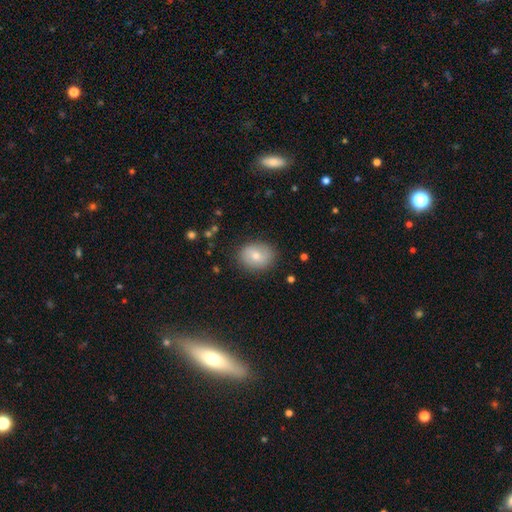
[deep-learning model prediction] smooth-or-featured: smooth: 68% | featured or disk: 24% | star or artifact: 8%
  how-rounded: in between: 52% | round: 47% | cigar-shaped: 1%
  merging: none: 83% | minor disturbance: 12% | major disturbance: 4% | merger: 1%